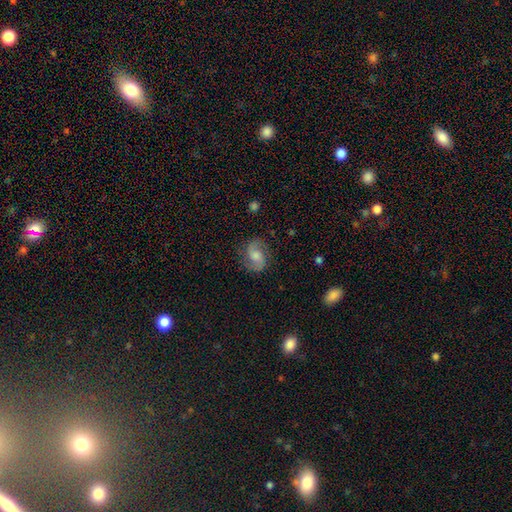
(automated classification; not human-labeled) Smooth or featured: featured or disk — 66% (smooth — 26%)
Edge-on disk: no — 98% (yes — 2%)
Bar: no — 53% (weak — 39%)
Spiral arms: yes — 93% (no — 7%)
Spiral winding: medium — 49% (loose — 33%)
Spiral arm count: 2 — 90% (can't tell — 4%)
Bulge size: moderate — 49% (small — 24%)
Merging: none — 78% (minor disturbance — 15%)